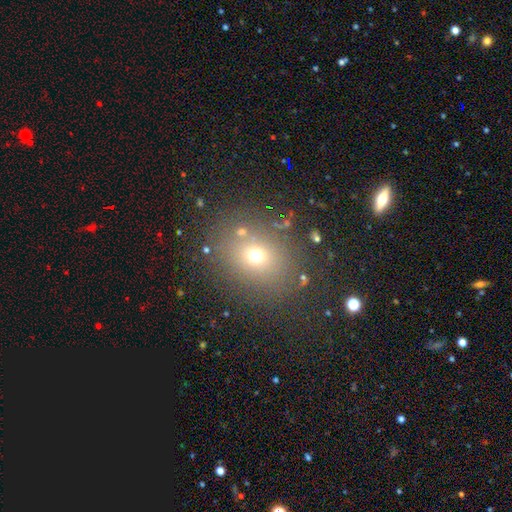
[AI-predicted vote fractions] Overall: smooth (65%). How rounded: round (61%; in between 37%). Merging: none (77%).